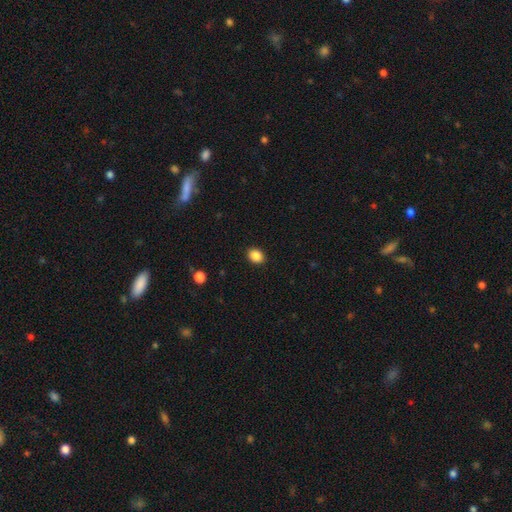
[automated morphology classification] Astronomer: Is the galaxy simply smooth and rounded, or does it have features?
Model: smooth — 88%.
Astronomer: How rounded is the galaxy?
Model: in between — 54% (runner-up: round, 46%).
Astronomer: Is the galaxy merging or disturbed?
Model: none — 90%.